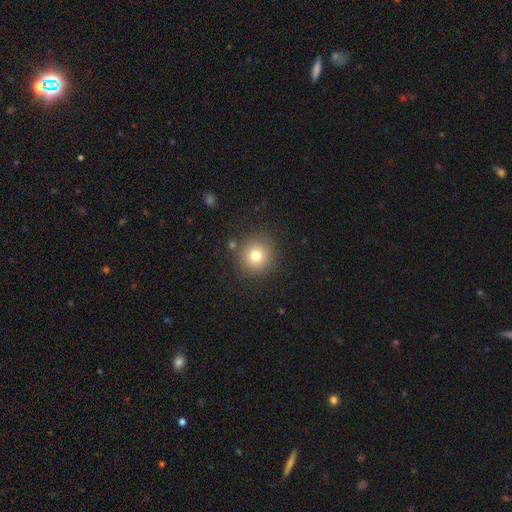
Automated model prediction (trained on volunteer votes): smooth_or_featured: smooth (p=0.77) [alt: star or artifact p=0.13]
how_rounded: round (p=0.94) [alt: in between p=0.05]
merging: none (p=0.86) [alt: minor disturbance p=0.08]